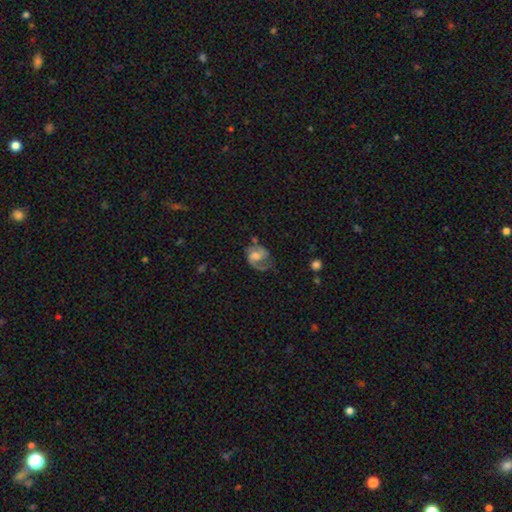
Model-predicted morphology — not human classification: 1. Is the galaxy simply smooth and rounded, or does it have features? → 69% featured or disk, 23% smooth, 8% star or artifact.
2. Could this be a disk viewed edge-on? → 98% no, 2% yes.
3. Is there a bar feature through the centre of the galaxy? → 45% no, 44% weak, 12% strong.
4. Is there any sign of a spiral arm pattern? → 90% yes, 10% no.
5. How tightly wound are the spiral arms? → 48% medium, 31% loose, 21% tight.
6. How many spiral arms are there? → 64% 2, 26% 1, 7% can't tell, 1% 3, 1% 4, 1% more than 4.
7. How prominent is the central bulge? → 44% moderate, 21% small, 19% large, 14% none, 2% dominant.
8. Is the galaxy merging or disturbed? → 45% none, 27% major disturbance, 24% minor disturbance, 4% merger.